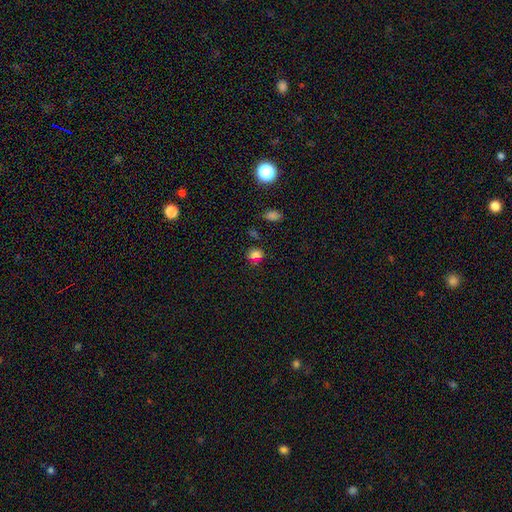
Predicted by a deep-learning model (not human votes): smooth-or-featured: smooth: 67% | star or artifact: 27% | featured or disk: 6%
  how-rounded: round: 61% | in between: 37% | cigar-shaped: 2%
  merging: none: 77% | minor disturbance: 13% | merger: 5% | major disturbance: 5%